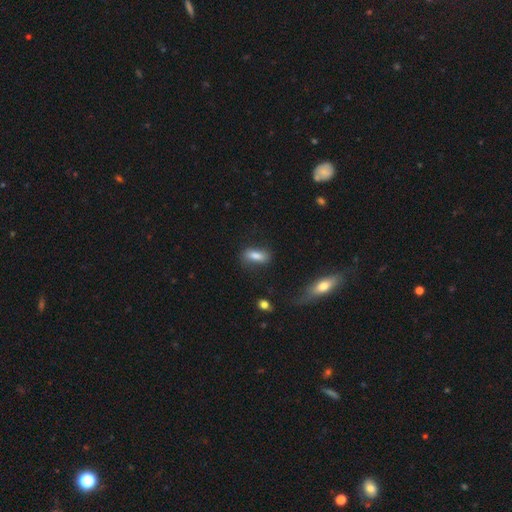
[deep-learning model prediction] A smooth galaxy with no disk features (80%) that is in between round and cigar-shaped (77%). Merging: none (67%).